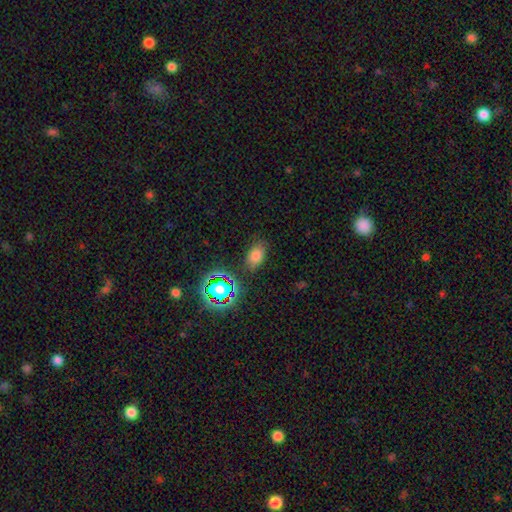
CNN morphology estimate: This appears to be a smooth galaxy with no disk features (71%) that is in between round and cigar-shaped (86%). Merging: none (78%).